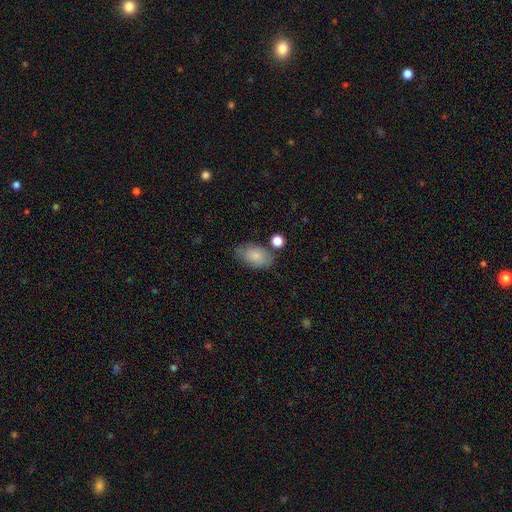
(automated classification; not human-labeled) Smooth or featured?
  - smooth: 80% *
  - featured or disk: 13%
  - star or artifact: 7%
How rounded?
  - in between: 91% *
  - round: 8%
  - cigar-shaped: 2%
Merging?
  - none: 67% *
  - minor disturbance: 20%
  - merger: 7%
  - major disturbance: 6%